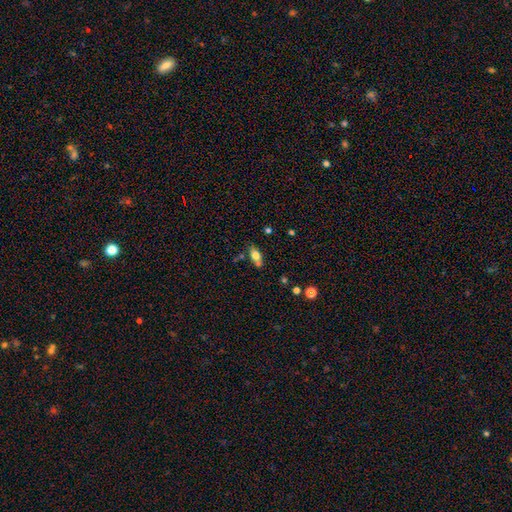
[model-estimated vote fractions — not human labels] smooth 70%, featured or disk 21%, star or artifact 9%. Down the decision tree: how rounded — in between (83%); merging — none (65%).